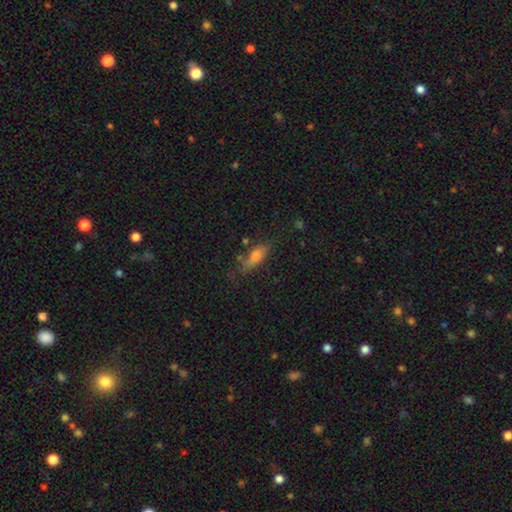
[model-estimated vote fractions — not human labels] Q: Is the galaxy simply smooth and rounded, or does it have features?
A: smooth — 69%.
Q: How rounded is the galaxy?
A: in between — 51%.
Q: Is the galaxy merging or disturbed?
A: none — 64%.